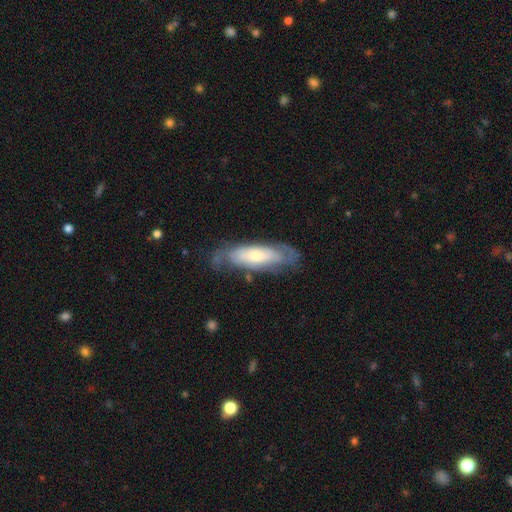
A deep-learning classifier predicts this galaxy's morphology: Smooth or featured?
  - featured or disk: 62% *
  - smooth: 32%
  - star or artifact: 6%
Edge-on disk?
  - no: 77% *
  - yes: 23%
Merging?
  - none: 63% *
  - minor disturbance: 24%
  - major disturbance: 11%
  - merger: 2%